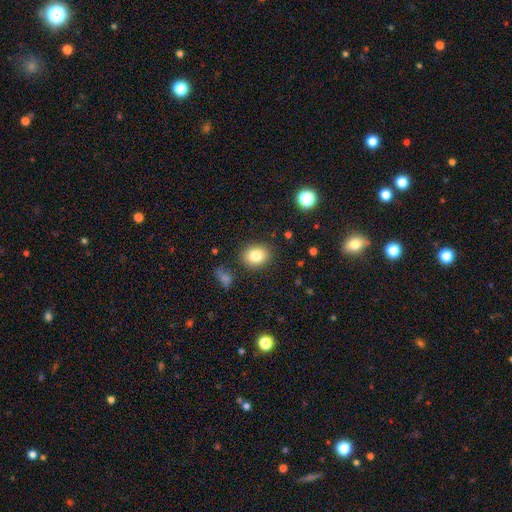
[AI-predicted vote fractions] smooth 81%, star or artifact 10%, featured or disk 9%. Down the decision tree: how rounded — round (61%); merging — none (86%).